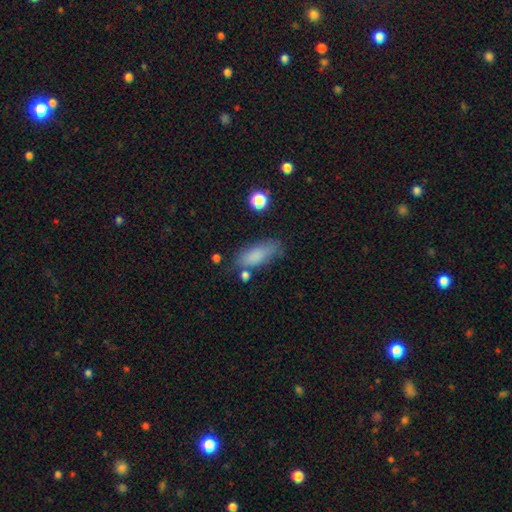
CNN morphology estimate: A smooth galaxy with no disk features (81%) that is in between round and cigar-shaped (71%). Merging: none (65%).